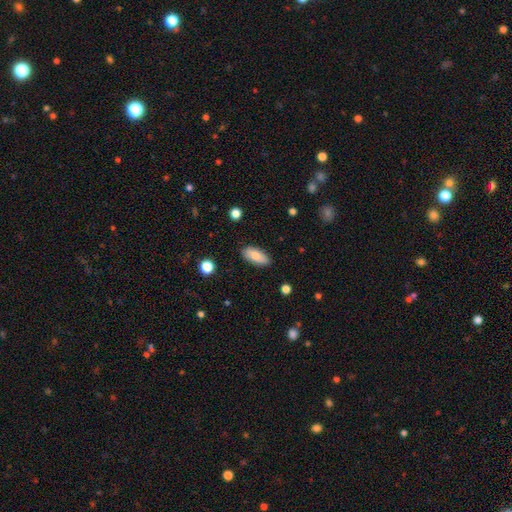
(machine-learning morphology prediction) The model was most divided on "smooth or featured": smooth: 82%, featured or disk: 12%, star or artifact: 7%. More confident: how rounded — in between (86%); merging — none (85%).